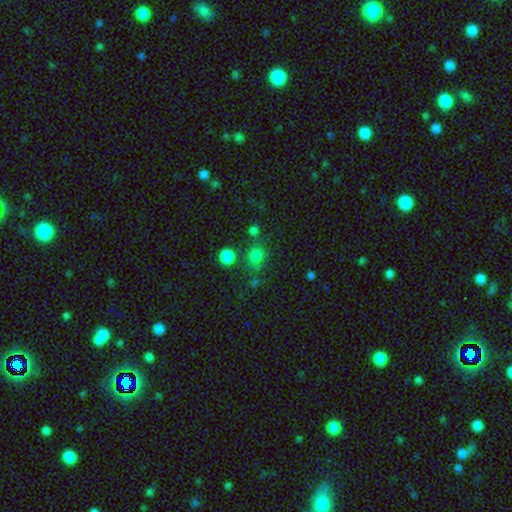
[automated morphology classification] Smooth or featured: smooth — 77% (star or artifact — 18%)
How rounded: round — 81% (in between — 18%)
Merging: none — 71% (minor disturbance — 13%)